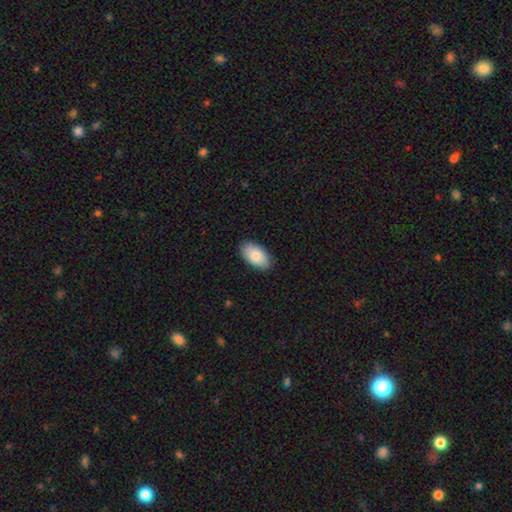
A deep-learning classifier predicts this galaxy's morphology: A smooth galaxy with no disk features (83%) that is in between round and cigar-shaped (95%). Merging: none (88%).